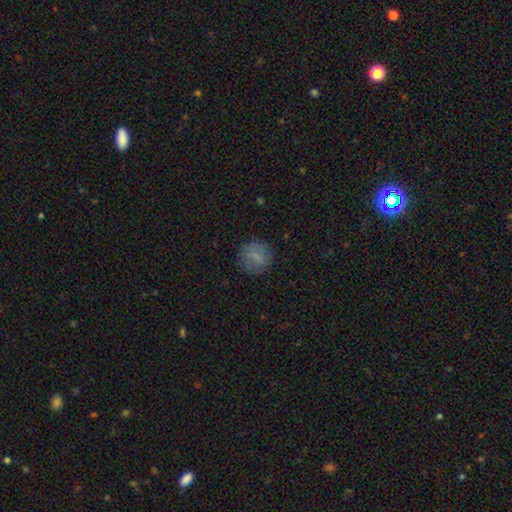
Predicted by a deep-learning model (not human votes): smooth_or_featured: smooth (p=0.74) [alt: featured or disk p=0.15]
how_rounded: round (p=0.90) [alt: in between p=0.09]
merging: none (p=0.82) [alt: minor disturbance p=0.12]